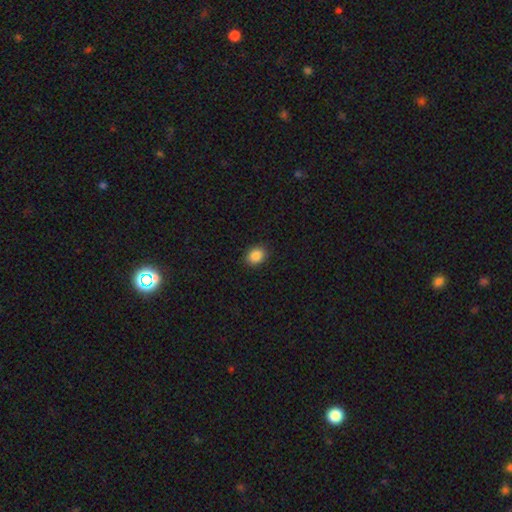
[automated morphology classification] smooth 87%, star or artifact 9%, featured or disk 3%. Down the decision tree: how rounded — round (50%); merging — none (90%).